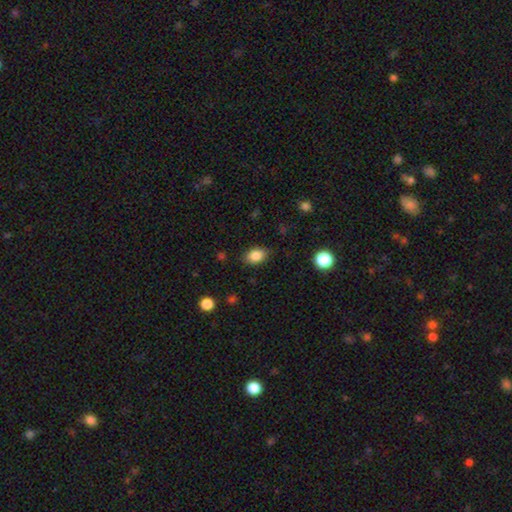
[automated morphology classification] The model was most divided on "how rounded": in between: 81%, round: 18%, cigar-shaped: 1%. More confident: smooth or featured — smooth (86%); merging — none (83%).